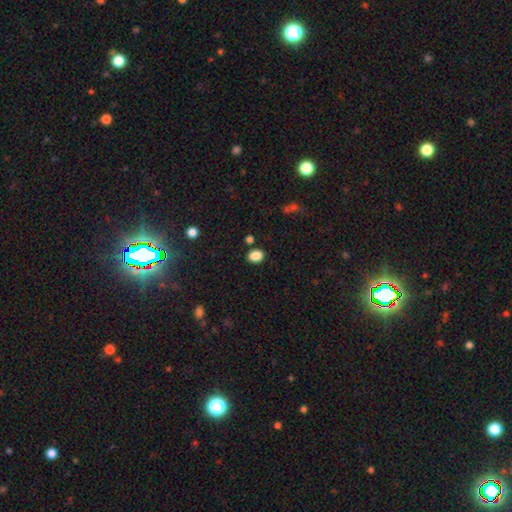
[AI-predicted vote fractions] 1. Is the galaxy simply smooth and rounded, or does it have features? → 87% smooth, 10% star or artifact, 4% featured or disk.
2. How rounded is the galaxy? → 65% in between, 34% round, 1% cigar-shaped.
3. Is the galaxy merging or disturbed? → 84% none, 10% minor disturbance, 4% merger, 3% major disturbance.